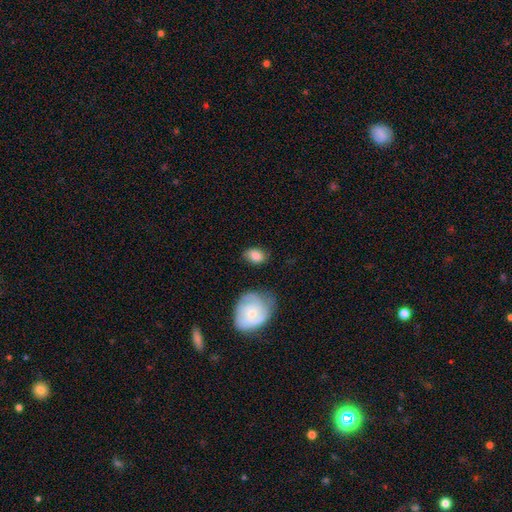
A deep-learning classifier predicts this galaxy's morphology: This appears to be a smooth galaxy with no disk features (74%) that is in between round and cigar-shaped (77%). Merging: none (73%).